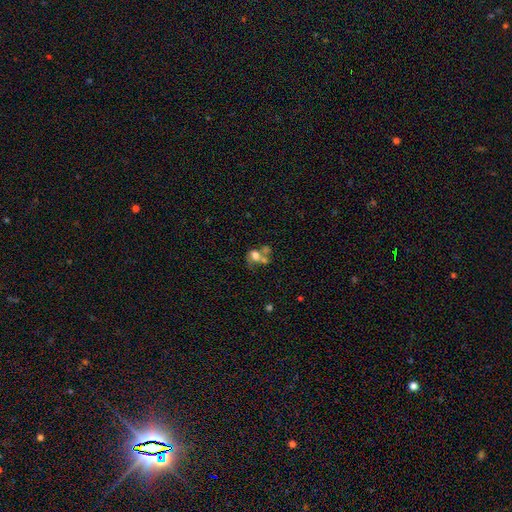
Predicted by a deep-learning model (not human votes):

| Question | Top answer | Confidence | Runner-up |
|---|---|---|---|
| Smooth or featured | smooth | 58% | featured or disk (28%) |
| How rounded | in between | 56% | round (43%) |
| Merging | merger | 53% | none (22%) |